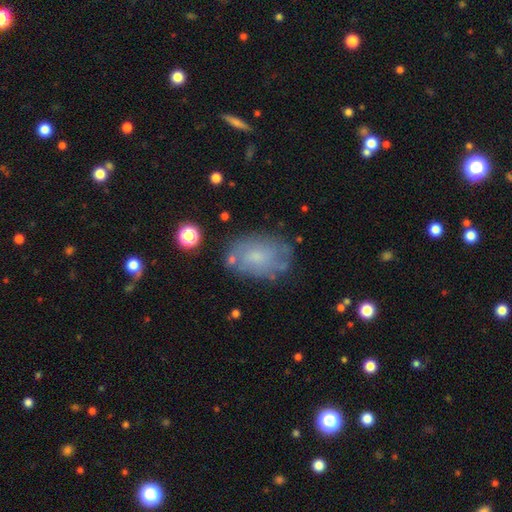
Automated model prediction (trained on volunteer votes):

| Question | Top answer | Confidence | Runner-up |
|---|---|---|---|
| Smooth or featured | smooth | 52% | featured or disk (37%) |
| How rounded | in between | 83% | round (16%) |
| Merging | none | 71% | minor disturbance (19%) |